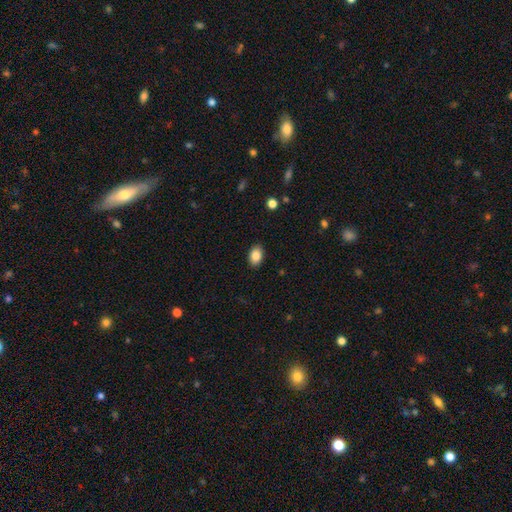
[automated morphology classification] This appears to be a smooth galaxy with no disk features (87%) that is in between round and cigar-shaped (84%). Merging: none (89%).